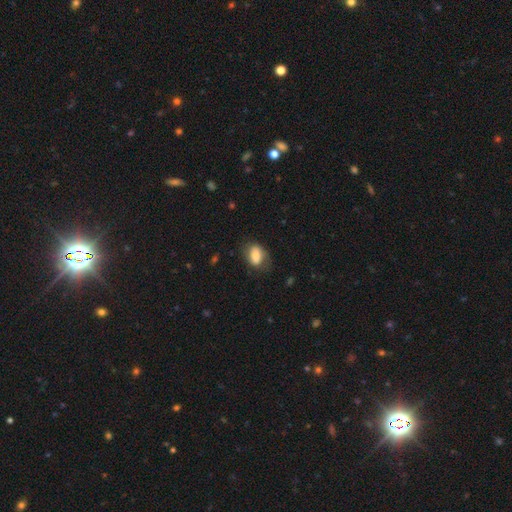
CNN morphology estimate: Smooth or featured? smooth (71%)
How rounded? in between (82%)
Merging? none (61%)